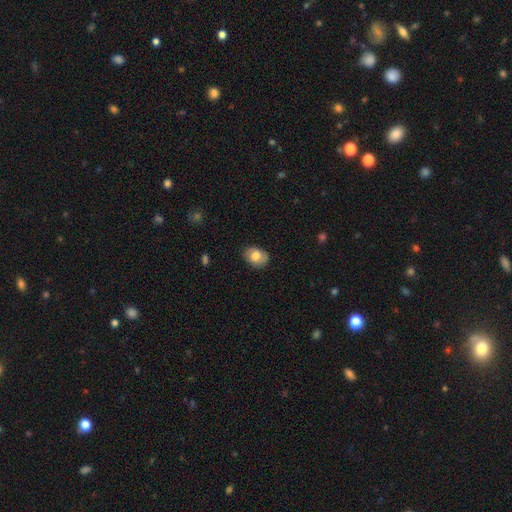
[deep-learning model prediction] A smooth galaxy with no disk features (74%) that is in between round and cigar-shaped (67%).

Vote fractions:
- Smooth or featured? smooth: 74% / featured or disk: 18% / star or artifact: 7%
- How rounded? in between: 67% / round: 32% / cigar-shaped: 1%
- Merging? none: 81% / minor disturbance: 15% / major disturbance: 3% / merger: 1%